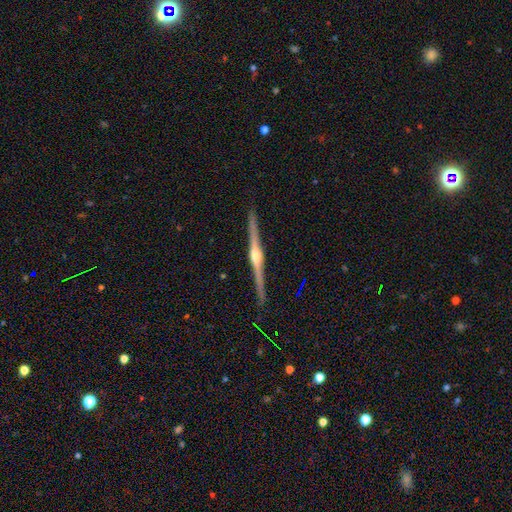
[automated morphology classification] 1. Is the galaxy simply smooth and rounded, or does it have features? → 86% featured or disk, 9% smooth, 5% star or artifact.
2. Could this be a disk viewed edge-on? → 99% yes, 1% no.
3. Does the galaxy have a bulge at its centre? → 89% rounded, 6% boxy, 5% none.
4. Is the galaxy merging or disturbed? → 91% none, 7% minor disturbance, 1% major disturbance, 1% merger.